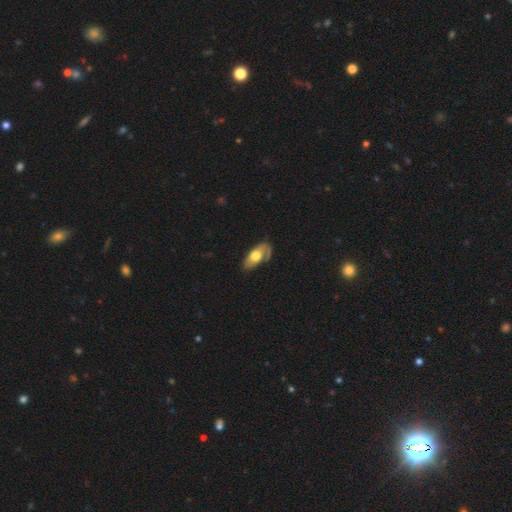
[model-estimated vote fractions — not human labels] smooth_or_featured: smooth (p=0.53) [alt: featured or disk p=0.41]
how_rounded: in between (p=0.88) [alt: cigar-shaped p=0.08]
merging: none (p=0.48) [alt: minor disturbance p=0.29]